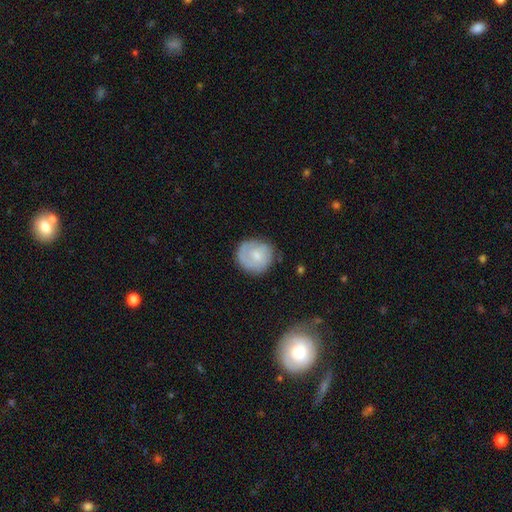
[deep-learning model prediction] This is likely a smooth galaxy (61%). How rounded: clearly round (87%). Merging: likely none (73%).